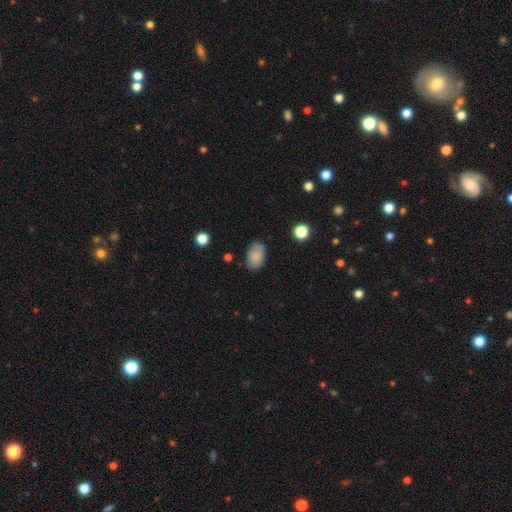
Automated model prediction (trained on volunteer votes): smooth_or_featured: smooth (p=0.84) [alt: star or artifact p=0.08]
how_rounded: in between (p=0.89) [alt: round p=0.09]
merging: none (p=0.77) [alt: minor disturbance p=0.17]